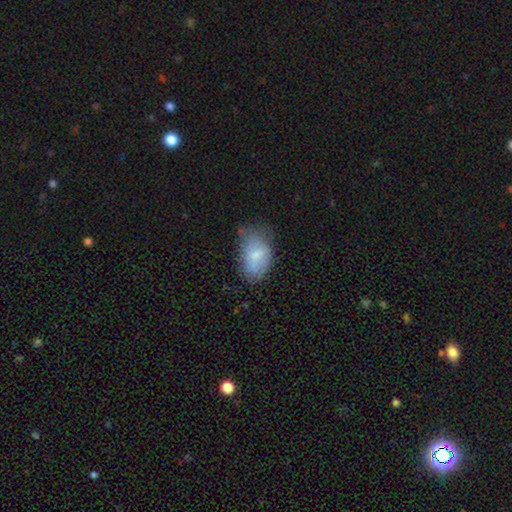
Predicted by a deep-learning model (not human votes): A smooth galaxy with no disk features (71%) that is in between round and cigar-shaped (91%). Merging: none (52%).